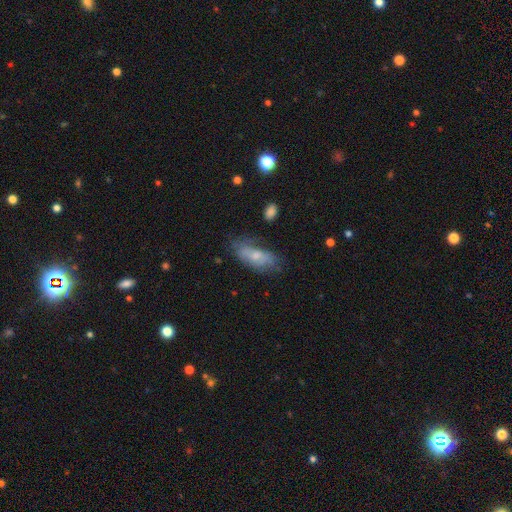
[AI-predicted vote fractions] The model was most divided on "smooth or featured": smooth: 54%, featured or disk: 38%, star or artifact: 8%. More confident: how rounded — in between (79%); merging — none (57%).